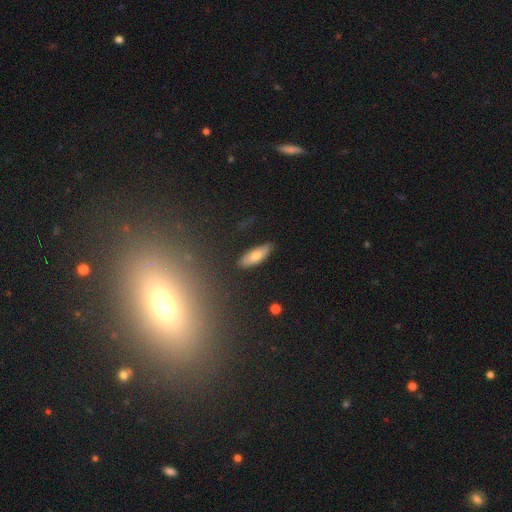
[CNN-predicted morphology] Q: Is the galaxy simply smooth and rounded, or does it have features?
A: smooth — 72%.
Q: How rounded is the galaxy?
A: in between — 68%.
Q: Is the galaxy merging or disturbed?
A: none — 82%.